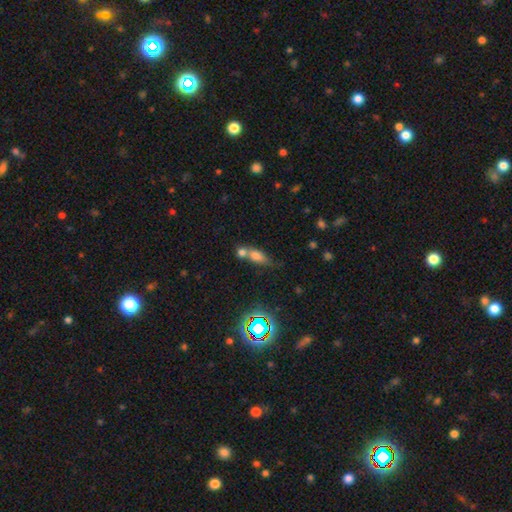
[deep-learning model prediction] smooth 66%, featured or disk 18%, star or artifact 16%. Down the decision tree: how rounded — in between (61%); merging — merger (53%).